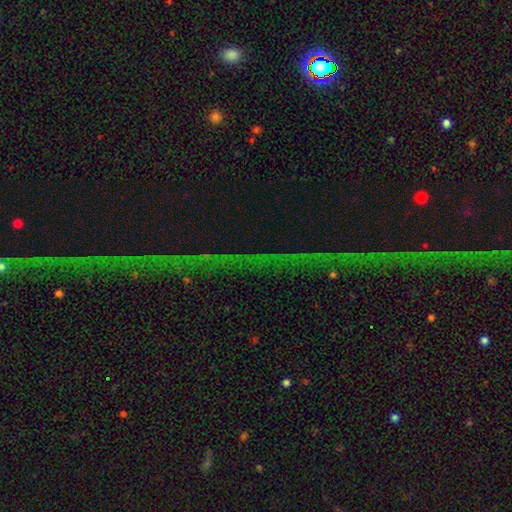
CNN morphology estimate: The model was most divided on "smooth or featured": star or artifact: 75%, featured or disk: 15%, smooth: 10%.